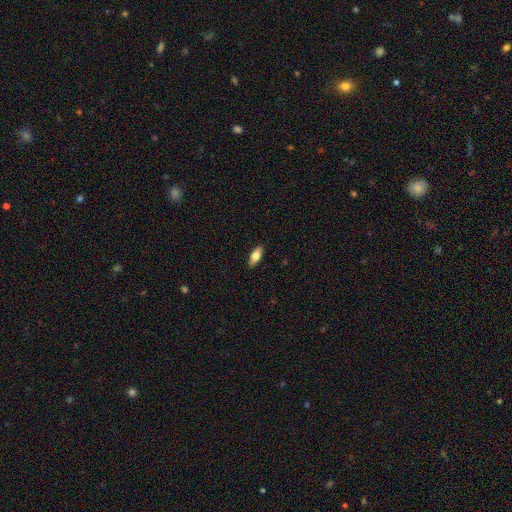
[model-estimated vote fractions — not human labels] Overall: smooth (72%). How rounded: in between (80%). Merging: none (89%).